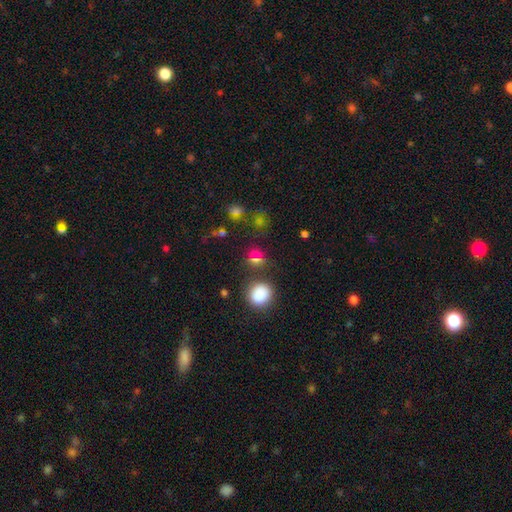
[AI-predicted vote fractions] A smooth galaxy with no disk features (61%) that is round (78%). Merging: none (74%).